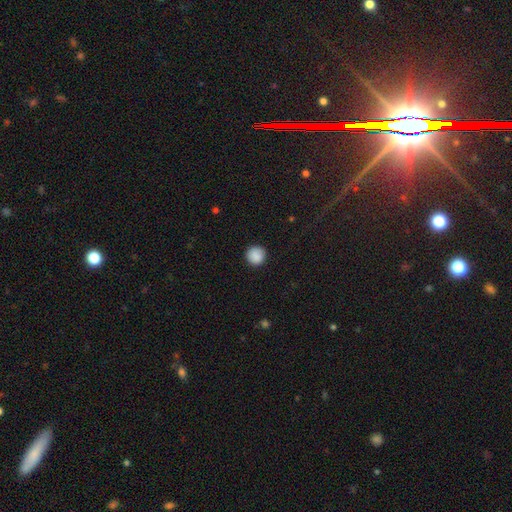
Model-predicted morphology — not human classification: A smooth galaxy with no disk features (89%) that is round (95%).

Vote fractions:
- Smooth or featured? smooth: 89% / star or artifact: 8% / featured or disk: 3%
- How rounded? round: 95% / in between: 4% / cigar-shaped: 1%
- Merging? none: 90% / minor disturbance: 7% / major disturbance: 2% / merger: 1%